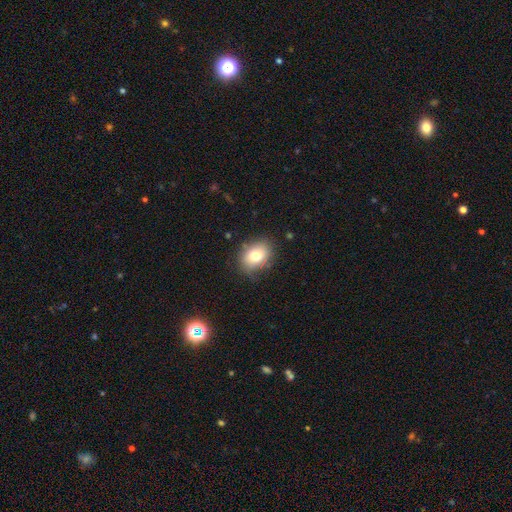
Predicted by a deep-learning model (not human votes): Overall: smooth (77%). How rounded: in between (63%; round 36%). Merging: none (81%).